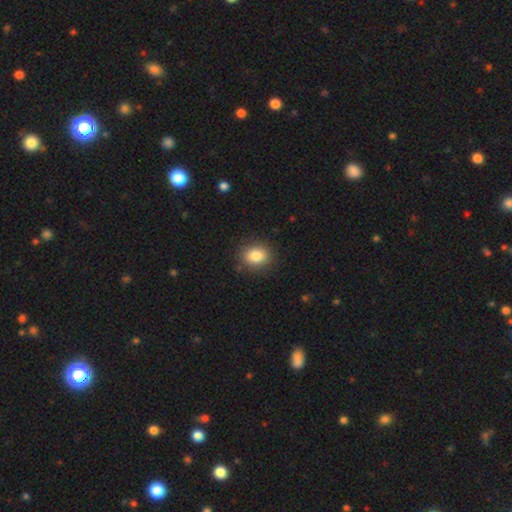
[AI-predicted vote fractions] A smooth galaxy with no disk features (84%) that is round (54%).

Vote fractions:
- Smooth or featured? smooth: 84% / star or artifact: 9% / featured or disk: 7%
- How rounded? round: 54% / in between: 45% / cigar-shaped: 1%
- Merging? none: 87% / minor disturbance: 9% / major disturbance: 3% / merger: 1%